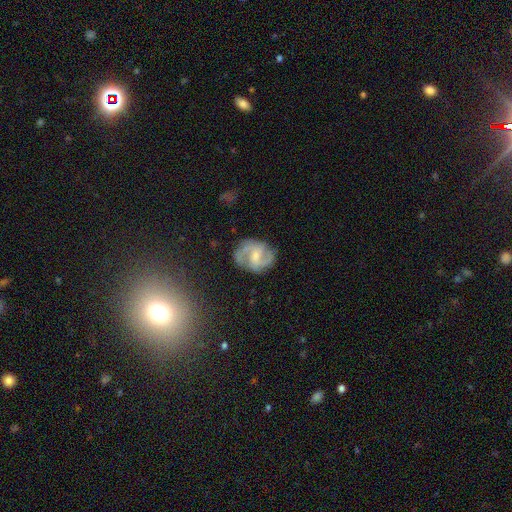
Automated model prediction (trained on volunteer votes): smooth_or_featured: featured or disk (p=0.78) [alt: smooth p=0.16]
disk_edge_on: no (p=0.98) [alt: yes p=0.02]
bar: weak (p=0.50) [alt: no p=0.36]
has_spiral_arms: yes (p=0.93) [alt: no p=0.07]
spiral_winding: medium (p=0.52) [alt: loose p=0.24]
spiral_arm_count: 2 (p=0.67) [alt: 3 p=0.14]
bulge_size: small (p=0.54) [alt: moderate p=0.37]
merging: none (p=0.71) [alt: minor disturbance p=0.19]